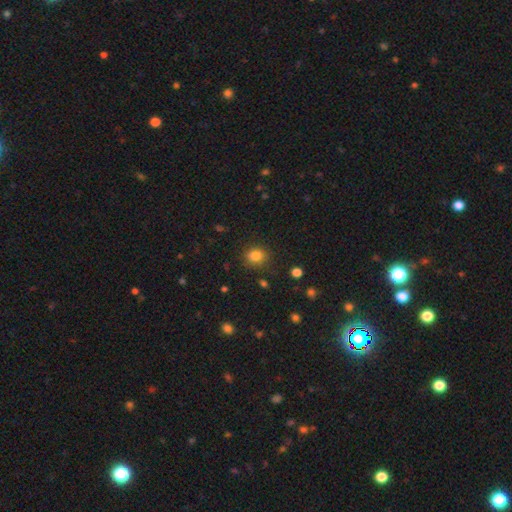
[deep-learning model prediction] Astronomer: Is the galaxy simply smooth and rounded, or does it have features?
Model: smooth — 82%.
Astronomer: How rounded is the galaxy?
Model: round — 67%.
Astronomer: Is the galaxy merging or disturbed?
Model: none — 86%.